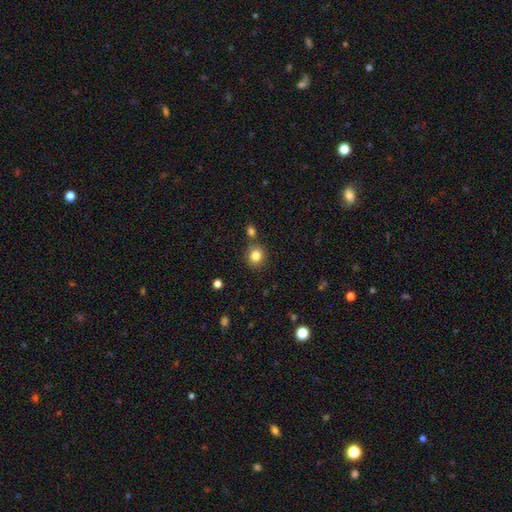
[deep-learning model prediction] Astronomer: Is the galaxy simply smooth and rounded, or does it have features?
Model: smooth — 82%.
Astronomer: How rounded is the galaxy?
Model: round — 80%.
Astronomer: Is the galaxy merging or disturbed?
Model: none — 76%.